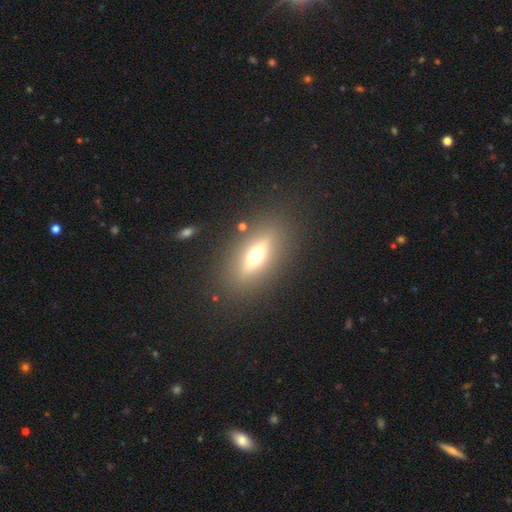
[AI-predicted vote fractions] A featured or disk galaxy (46%).

Vote fractions:
- Smooth or featured? featured or disk: 46% / smooth: 41% / star or artifact: 13%
- Merging? none: 85% / minor disturbance: 8% / major disturbance: 5% / merger: 2%